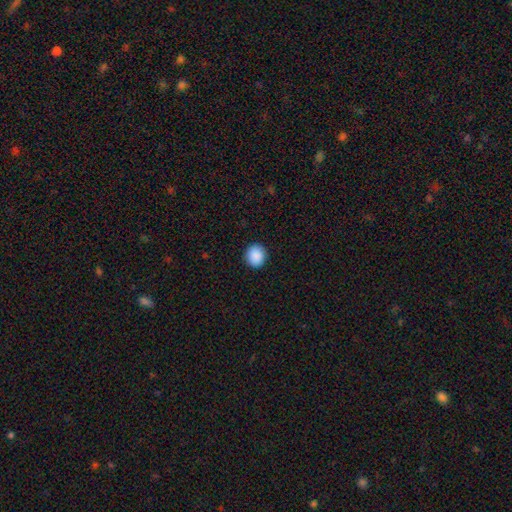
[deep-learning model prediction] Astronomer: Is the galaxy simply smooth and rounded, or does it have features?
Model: smooth — 89%.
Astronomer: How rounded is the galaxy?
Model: round — 89%.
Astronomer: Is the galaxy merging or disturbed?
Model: none — 92%.